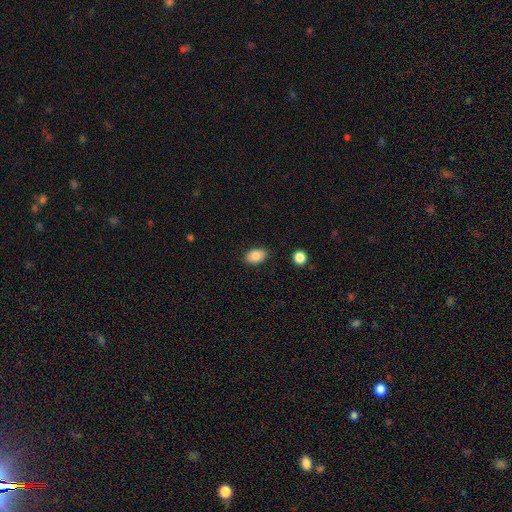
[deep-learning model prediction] A smooth galaxy with no disk features (85%) that is in between round and cigar-shaped (86%). Merging: none (85%).